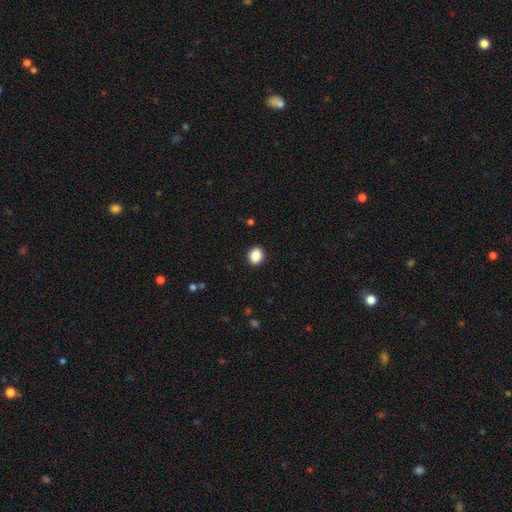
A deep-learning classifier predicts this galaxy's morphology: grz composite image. It shows a smooth galaxy with no disk features (88%) that is in between round and cigar-shaped (51%). Merging: none (91%).